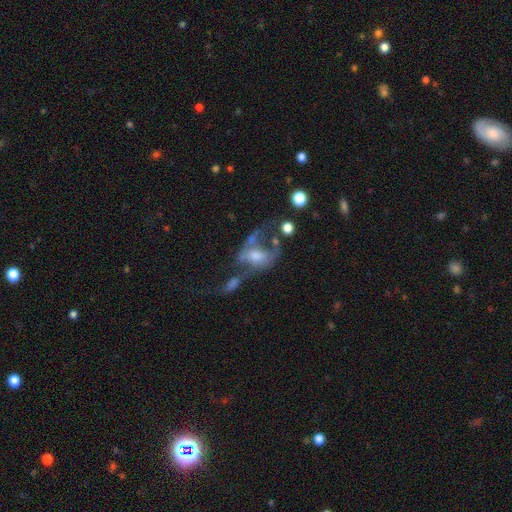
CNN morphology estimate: type=featured or disk (60%); edge-on=no (94%); bar=no (70%); spiral arms=yes (50%, tied with no); bulge=moderate (51%); merging=major disturbance (37%).